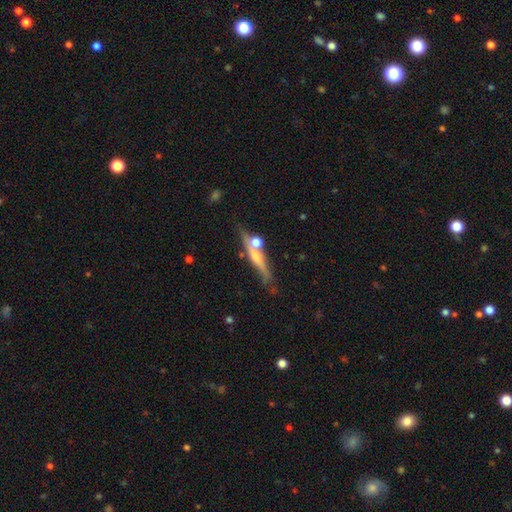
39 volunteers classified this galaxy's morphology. smooth_or_featured: featured or disk (p=0.85) [alt: smooth p=0.13]
disk_edge_on: yes (p=0.97) [alt: no p=0.03]
edge_on_bulge: rounded (p=0.84) [alt: boxy p=0.09]
merging: none (p=0.87) [alt: minor disturbance p=0.13]